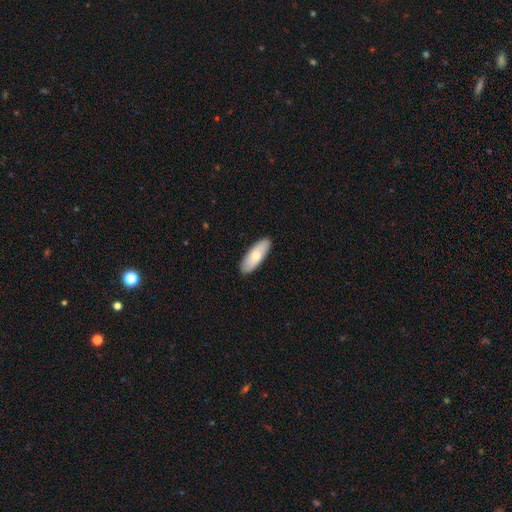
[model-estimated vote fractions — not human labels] This appears to be a smooth galaxy with no disk features (72%) that is in between round and cigar-shaped (70%). Merging: none (90%).